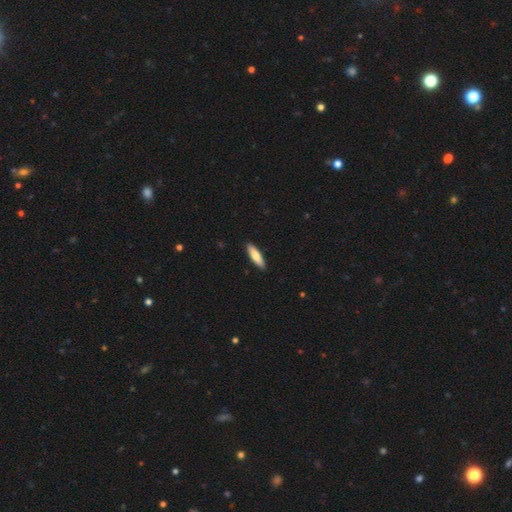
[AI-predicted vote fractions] Morphology: type=smooth (77%); roundness=cigar-shaped (63%); merging=none (90%).